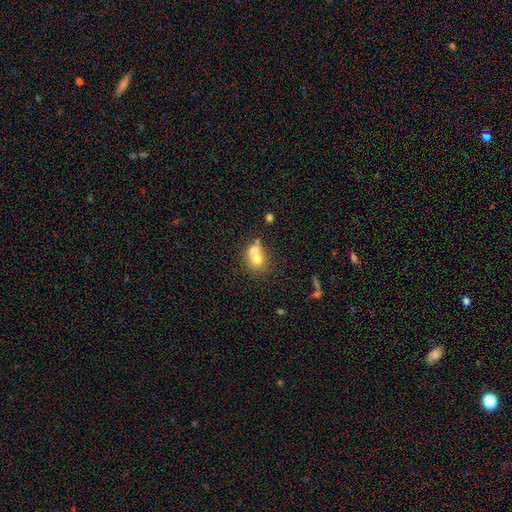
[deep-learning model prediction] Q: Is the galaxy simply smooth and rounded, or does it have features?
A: smooth — 68%.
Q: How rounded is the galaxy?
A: round — 63%.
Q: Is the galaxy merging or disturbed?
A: merger — 61%.